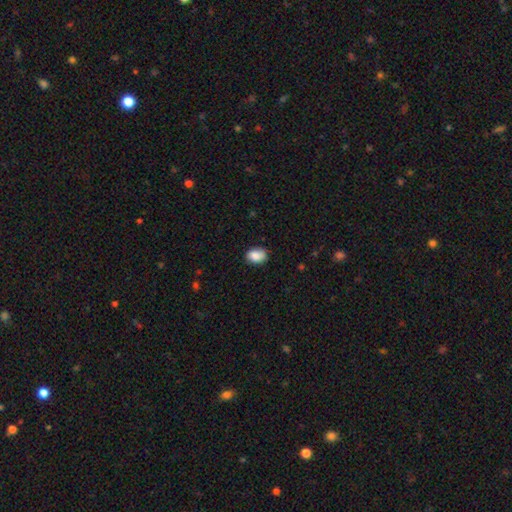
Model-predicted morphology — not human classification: Smooth or featured?
  - smooth: 85% *
  - star or artifact: 8%
  - featured or disk: 7%
How rounded?
  - in between: 77% *
  - round: 21%
  - cigar-shaped: 1%
Merging?
  - none: 80% *
  - minor disturbance: 16%
  - major disturbance: 3%
  - merger: 1%